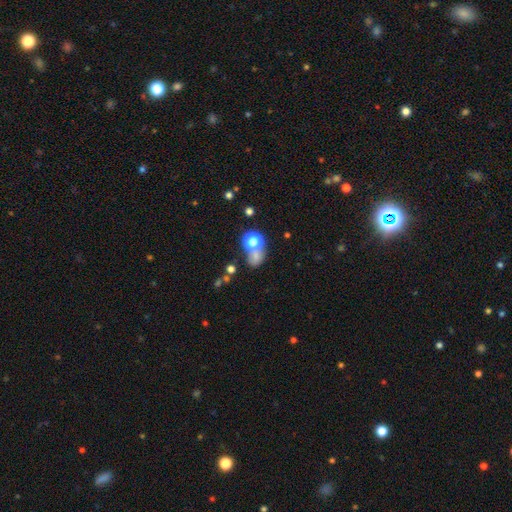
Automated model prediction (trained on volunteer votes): This is likely a smooth galaxy (63%). How rounded: possibly round (54%). Merging: marginally none (40%).